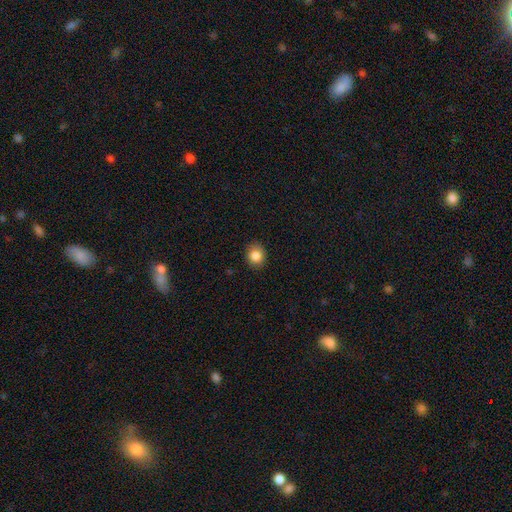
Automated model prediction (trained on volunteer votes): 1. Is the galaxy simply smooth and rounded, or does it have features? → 85% smooth, 10% star or artifact, 6% featured or disk.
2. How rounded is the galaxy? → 71% round, 28% in between, 1% cigar-shaped.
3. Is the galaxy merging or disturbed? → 88% none, 9% minor disturbance, 2% major disturbance, 1% merger.